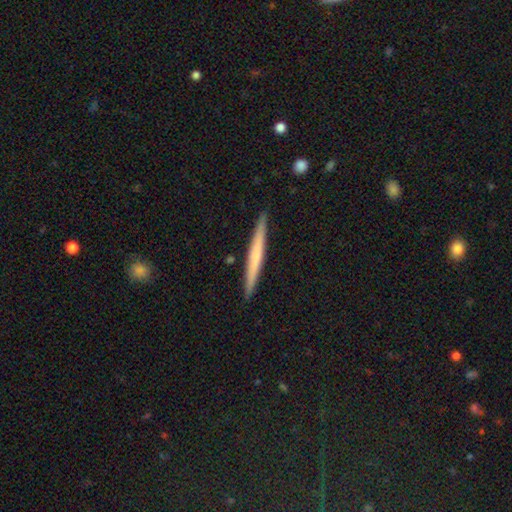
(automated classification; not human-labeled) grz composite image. It shows a smooth galaxy with no disk features (54%) that is cigar-shaped (97%). Merging: none (91%).